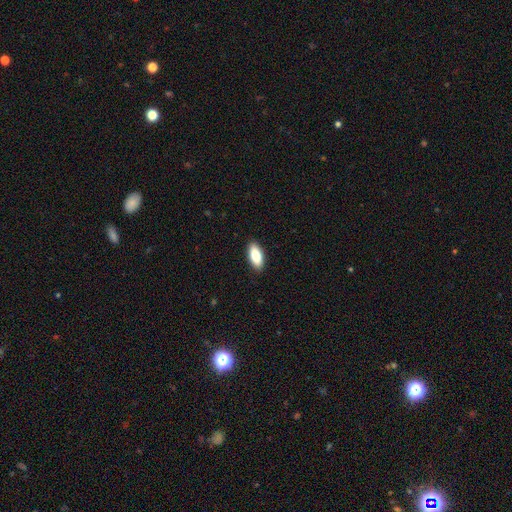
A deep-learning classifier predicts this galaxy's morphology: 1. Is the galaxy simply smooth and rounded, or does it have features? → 81% smooth, 13% featured or disk, 6% star or artifact.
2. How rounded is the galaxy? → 84% in between, 14% cigar-shaped, 2% round.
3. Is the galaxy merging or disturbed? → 89% none, 8% minor disturbance, 2% major disturbance, 1% merger.